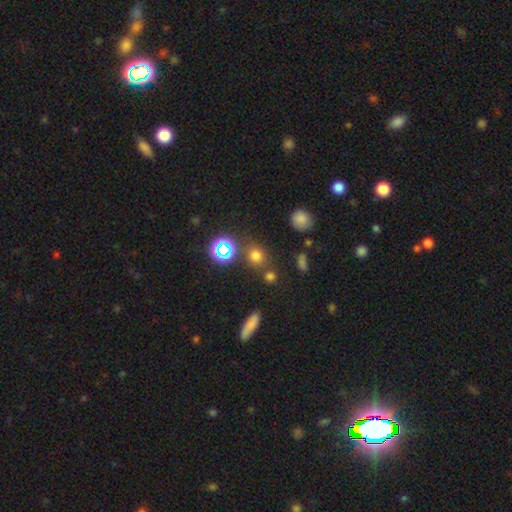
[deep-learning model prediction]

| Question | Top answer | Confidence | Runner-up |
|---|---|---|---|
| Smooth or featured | smooth | 67% | star or artifact (26%) |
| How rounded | round | 78% | in between (20%) |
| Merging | none | 76% | minor disturbance (10%) |